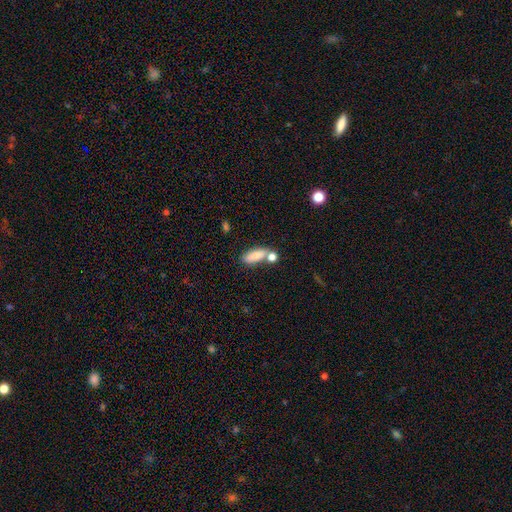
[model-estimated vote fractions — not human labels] Smooth or featured? smooth (83%)
How rounded? in between (65%)
Merging? none (57%)